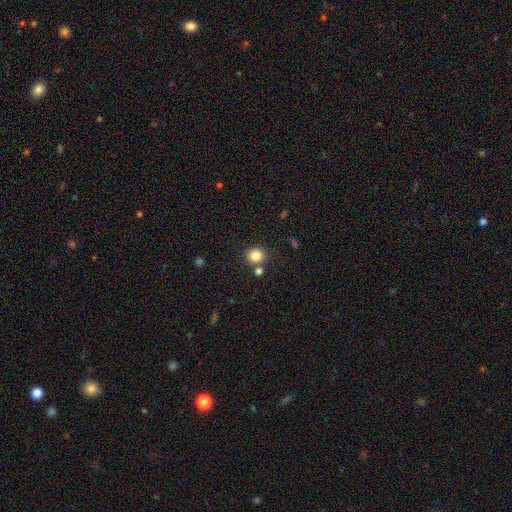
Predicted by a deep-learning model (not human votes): A smooth galaxy with no disk features (83%) that is round (88%).

Vote fractions:
- Smooth or featured? smooth: 83% / star or artifact: 12% / featured or disk: 5%
- How rounded? round: 88% / in between: 11% / cigar-shaped: 1%
- Merging? none: 78% / merger: 12% / minor disturbance: 8% / major disturbance: 3%